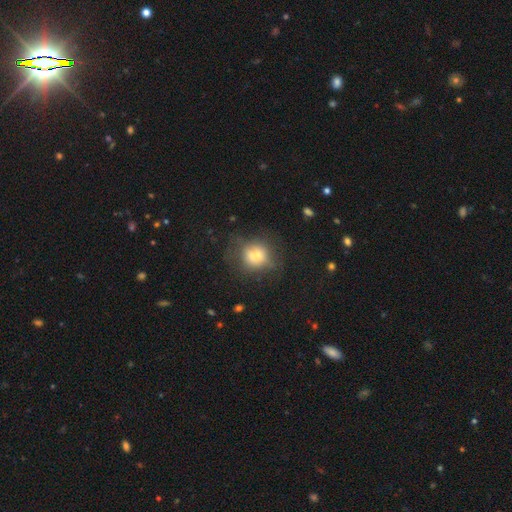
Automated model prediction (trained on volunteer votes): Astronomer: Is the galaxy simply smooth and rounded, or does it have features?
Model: smooth — 67%.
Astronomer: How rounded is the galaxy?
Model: round — 75%.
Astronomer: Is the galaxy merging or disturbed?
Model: none — 61%.